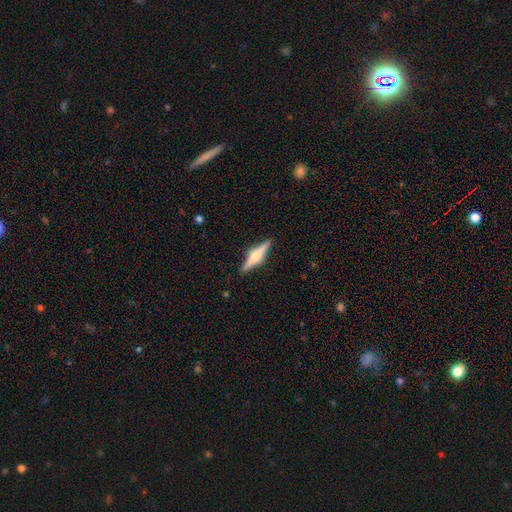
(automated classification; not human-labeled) smooth_or_featured: featured or disk (p=0.71) [alt: smooth p=0.23]
disk_edge_on: yes (p=0.98) [alt: no p=0.02]
edge_on_bulge: rounded (p=0.88) [alt: boxy p=0.09]
merging: none (p=0.90) [alt: minor disturbance p=0.07]